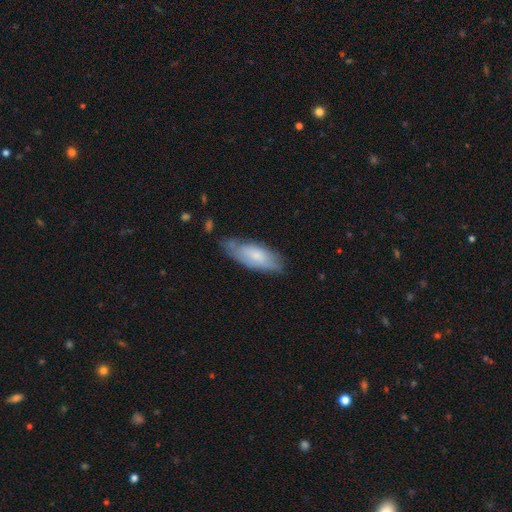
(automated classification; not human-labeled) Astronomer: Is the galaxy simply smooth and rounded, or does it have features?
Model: smooth — 63%.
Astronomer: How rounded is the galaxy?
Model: in between — 77%.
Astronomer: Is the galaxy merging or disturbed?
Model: none — 60%.